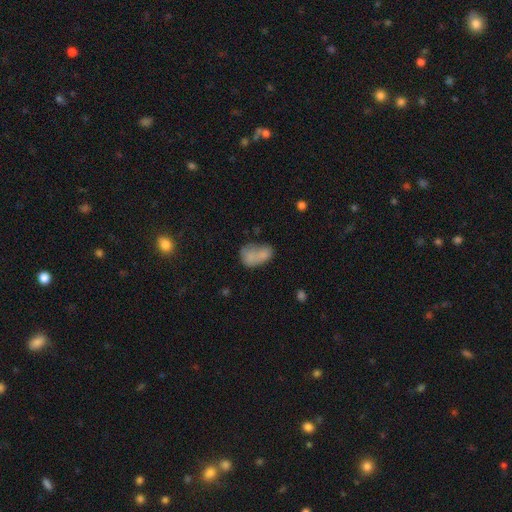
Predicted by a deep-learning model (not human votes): A smooth galaxy with no disk features (70%) that is in between round and cigar-shaped (82%). Merging: merger (39%).